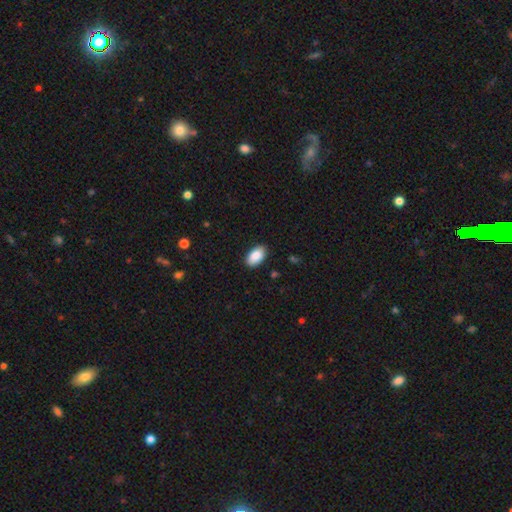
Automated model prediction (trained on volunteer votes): smooth-or-featured: smooth: 89% | star or artifact: 7% | featured or disk: 4%
  how-rounded: in between: 94% | round: 4% | cigar-shaped: 1%
  merging: none: 89% | minor disturbance: 9% | major disturbance: 2% | merger: 1%